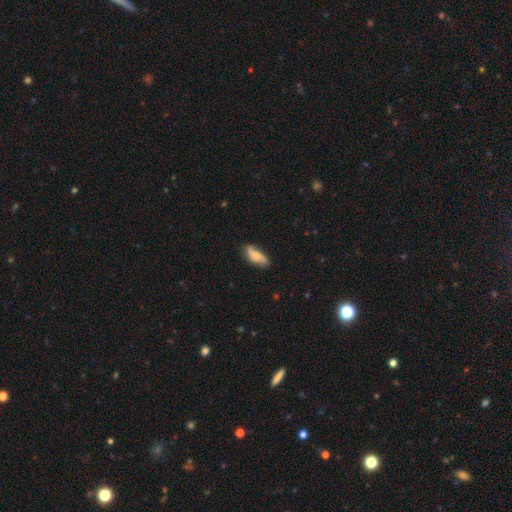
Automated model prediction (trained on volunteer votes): smooth_or_featured: smooth (p=0.57) [alt: featured or disk p=0.35]
how_rounded: in between (p=0.74) [alt: cigar-shaped p=0.23]
merging: none (p=0.66) [alt: minor disturbance p=0.25]